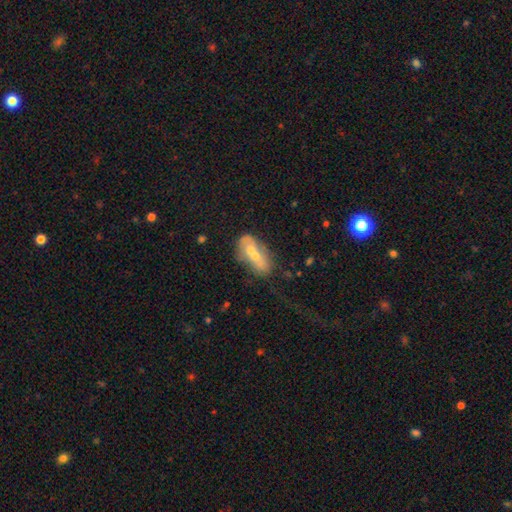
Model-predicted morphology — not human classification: The model was most divided on "smooth or featured" (2-way tie): featured or disk: 45%, smooth: 45%, star or artifact: 10%. Remaining: merging — merger (39%).